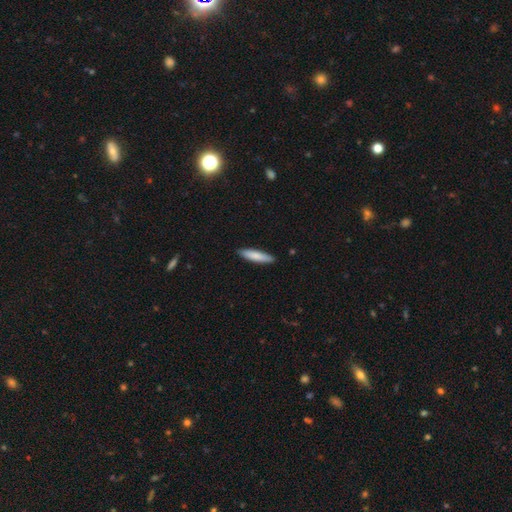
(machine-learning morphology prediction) Smooth or featured: smooth — 82% (featured or disk — 13%)
How rounded: cigar-shaped — 81% (in between — 18%)
Merging: none — 89% (minor disturbance — 8%)